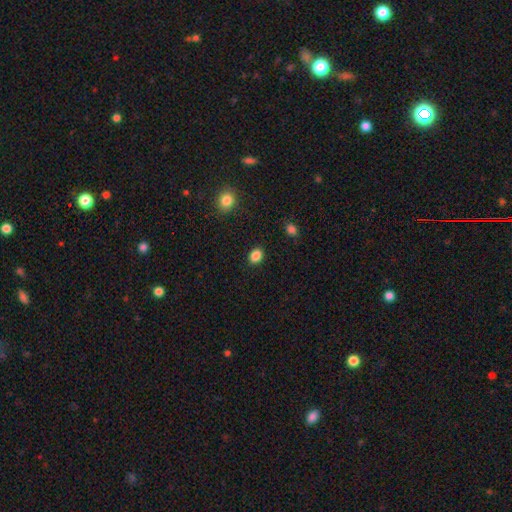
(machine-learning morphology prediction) Overall: smooth (87%). How rounded: in between (63%; round 36%). Merging: none (88%).